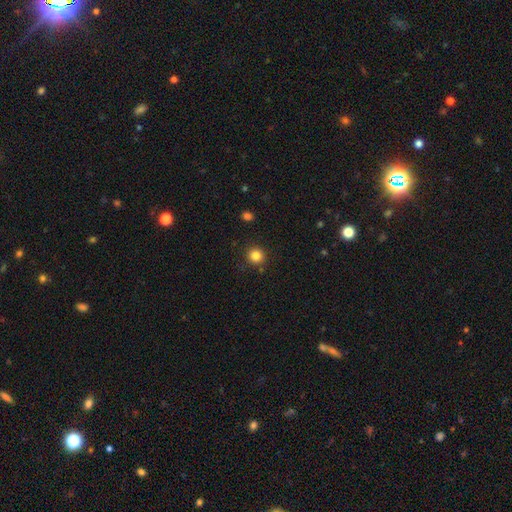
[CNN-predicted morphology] type=smooth (84%); roundness=round (93%); merging=none (89%).